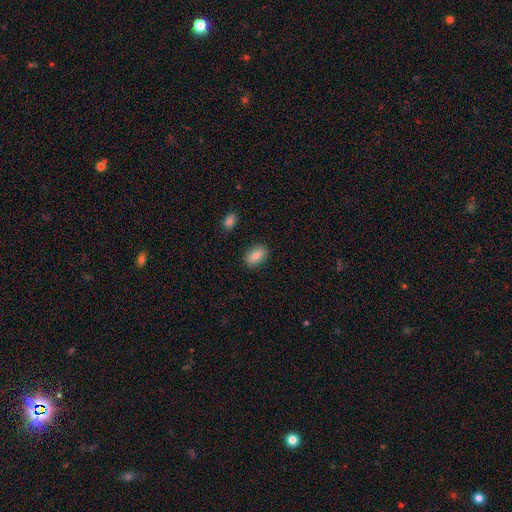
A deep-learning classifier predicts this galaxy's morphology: Smooth or featured: smooth — 84% (featured or disk — 8%)
How rounded: in between — 88% (round — 11%)
Merging: none — 87% (minor disturbance — 9%)